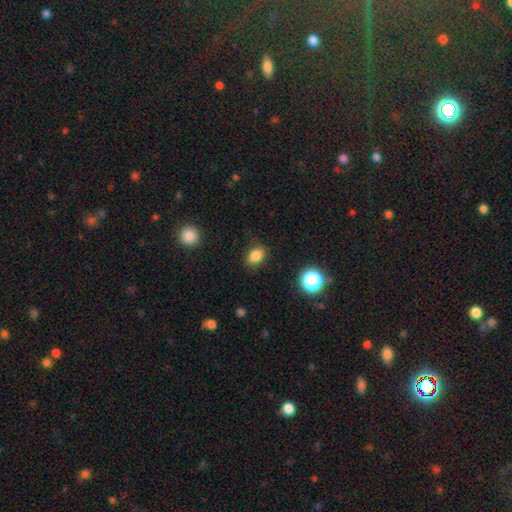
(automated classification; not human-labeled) The model was most divided on "how rounded": in between: 75%, round: 23%, cigar-shaped: 1%. More confident: merging — none (84%); smooth or featured — smooth (83%).